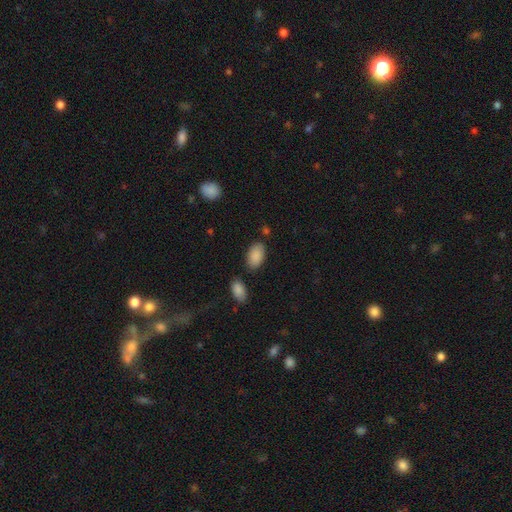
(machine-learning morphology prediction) The model was most divided on "merging": none: 77%, minor disturbance: 14%, merger: 6%, major disturbance: 4%. More confident: how rounded — in between (94%); smooth or featured — smooth (89%).